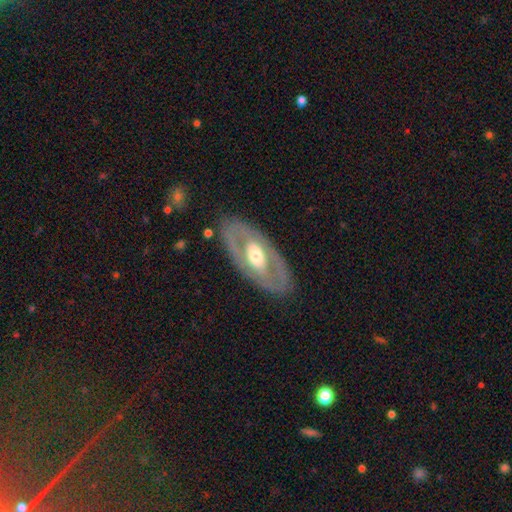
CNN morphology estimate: Smooth or featured: featured or disk — 68% (smooth — 27%)
Edge-on disk: no — 87% (yes — 13%)
Bar: no — 65% (weak — 22%)
Spiral arms: no — 72% (yes — 28%)
Bulge size: moderate — 62% (small — 18%)
Merging: none — 82% (minor disturbance — 11%)